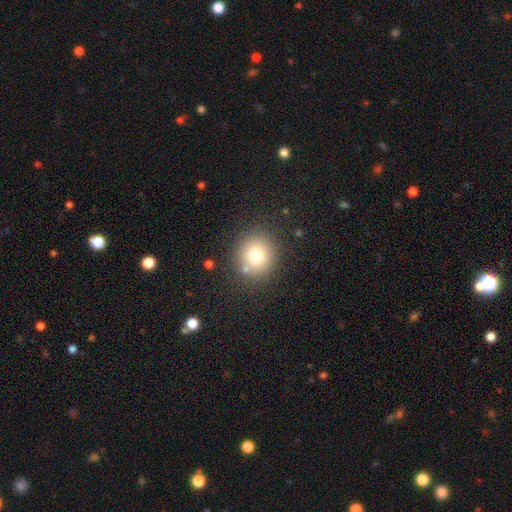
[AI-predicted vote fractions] A smooth galaxy with no disk features (75%) that is round (86%).

Vote fractions:
- Smooth or featured? smooth: 75% / star or artifact: 13% / featured or disk: 12%
- How rounded? round: 86% / in between: 13% / cigar-shaped: 1%
- Merging? none: 82% / minor disturbance: 9% / merger: 5% / major disturbance: 4%